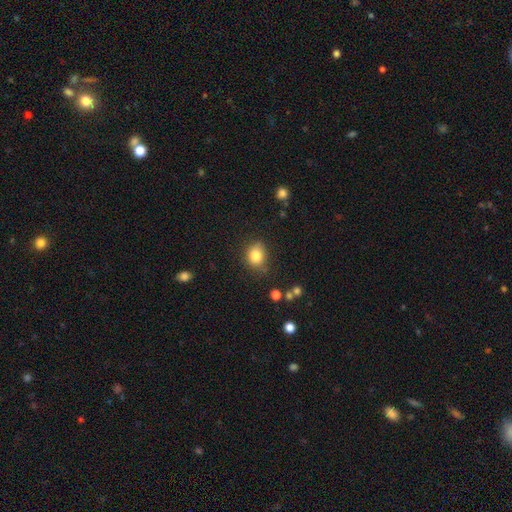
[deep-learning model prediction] Smooth or featured? Predicted: smooth (p=0.82). How rounded? Predicted: round (p=0.60). Merging? Predicted: none (p=0.71).